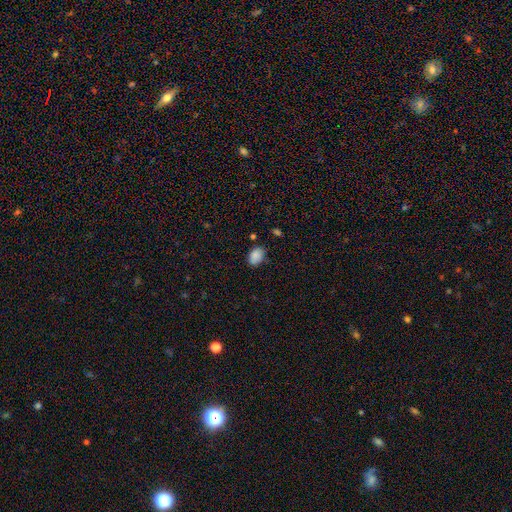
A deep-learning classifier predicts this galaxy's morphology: Q: Smooth or featured?
A: smooth (87%); runner-up: star or artifact (8%)
Q: How rounded?
A: in between (82%); runner-up: round (17%)
Q: Merging?
A: none (74%); runner-up: minor disturbance (19%)